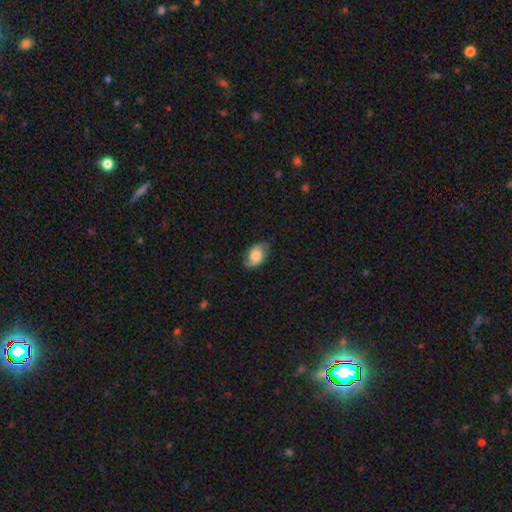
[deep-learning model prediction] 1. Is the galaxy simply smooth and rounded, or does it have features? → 51% smooth, 40% featured or disk, 8% star or artifact.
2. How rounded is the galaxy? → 84% in between, 15% round, 2% cigar-shaped.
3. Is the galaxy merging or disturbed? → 68% none, 24% minor disturbance, 7% major disturbance, 1% merger.